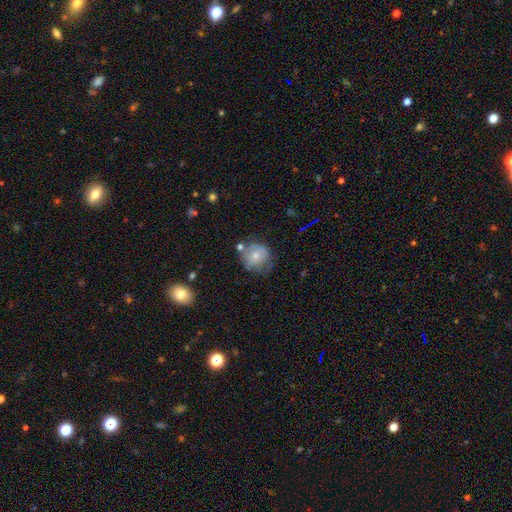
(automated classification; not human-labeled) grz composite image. It shows a smooth galaxy with no disk features (69%) that is round (83%). Merging: none (54%).